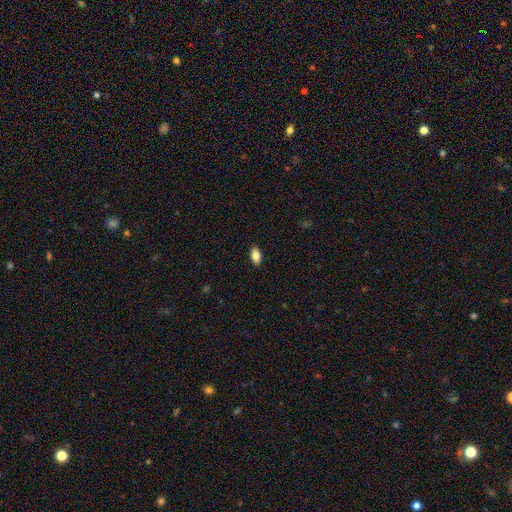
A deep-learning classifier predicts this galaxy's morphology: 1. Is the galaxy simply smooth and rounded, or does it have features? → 85% smooth, 8% star or artifact, 8% featured or disk.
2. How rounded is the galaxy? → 91% in between, 5% round, 4% cigar-shaped.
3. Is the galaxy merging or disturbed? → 88% none, 9% minor disturbance, 2% major disturbance, 1% merger.